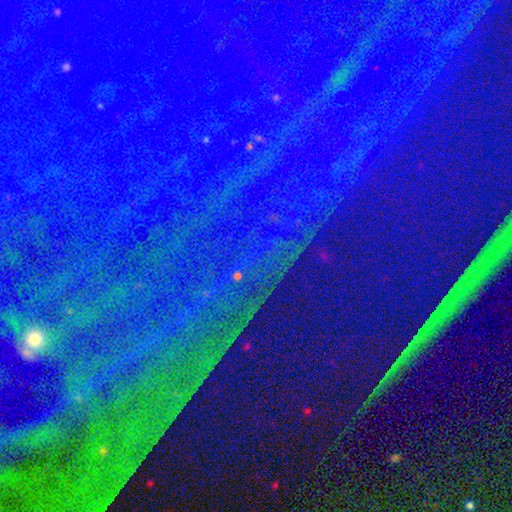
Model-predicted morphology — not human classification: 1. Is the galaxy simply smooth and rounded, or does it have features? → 88% star or artifact, 6% featured or disk, 5% smooth.